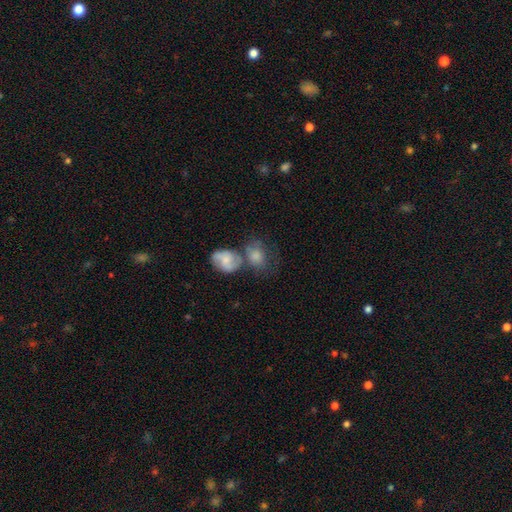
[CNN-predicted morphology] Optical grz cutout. It shows a smooth galaxy with no disk features (64%) that is in between round and cigar-shaped (54%). Merging: merger (45%).